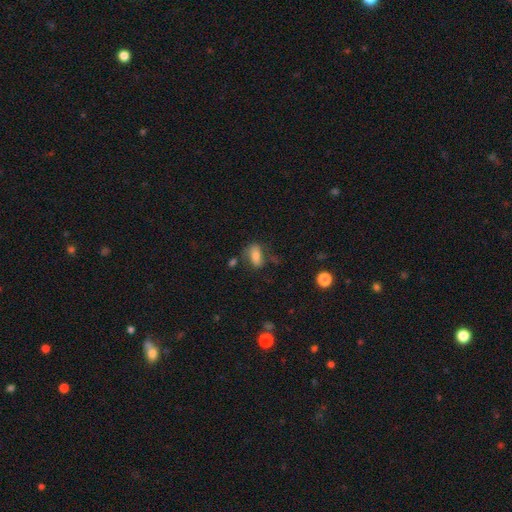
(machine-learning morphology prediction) Smooth or featured? smooth (72%)
How rounded? in between (84%)
Merging? none (57%)